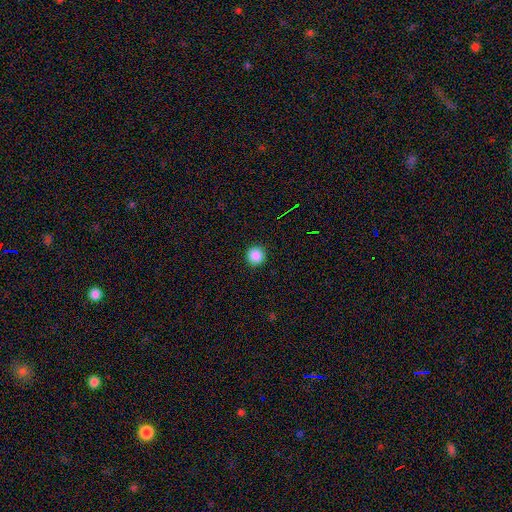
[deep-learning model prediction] Smooth or featured? Predicted: smooth (p=0.87). How rounded? Predicted: round (p=0.96). Merging? Predicted: none (p=0.93).